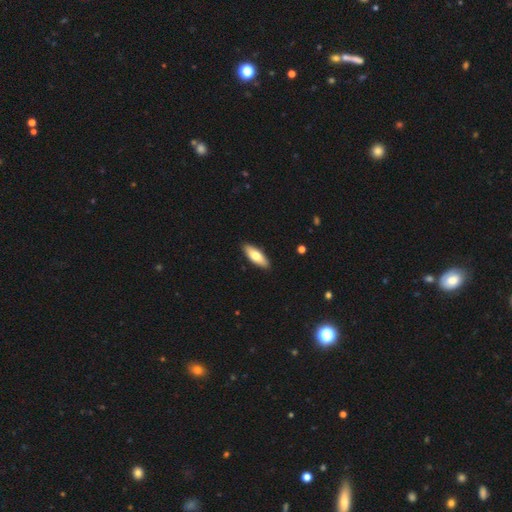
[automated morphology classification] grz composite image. It shows a smooth galaxy with no disk features (73%) that is in between round and cigar-shaped (66%). Merging: none (90%).